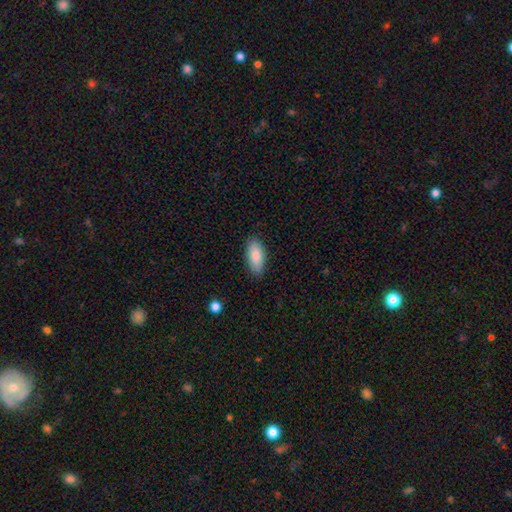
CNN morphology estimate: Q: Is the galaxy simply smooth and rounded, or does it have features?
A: smooth — 87%.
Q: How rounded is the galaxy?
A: in between — 86%.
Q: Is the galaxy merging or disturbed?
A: none — 86%.